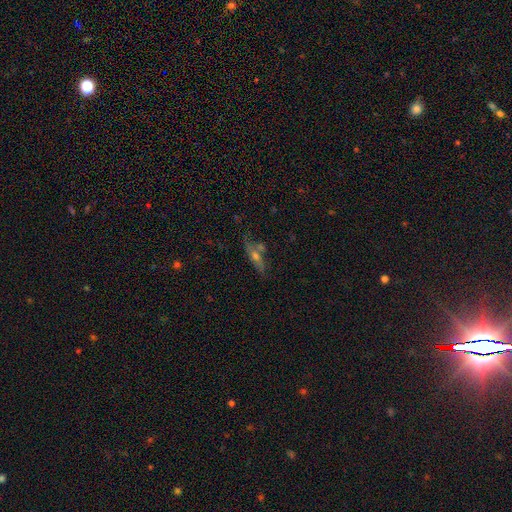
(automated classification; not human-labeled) Smooth or featured?
  - featured or disk: 49% *
  - smooth: 35%
  - star or artifact: 15%
Merging?
  - none: 55% *
  - minor disturbance: 18%
  - merger: 18%
  - major disturbance: 10%